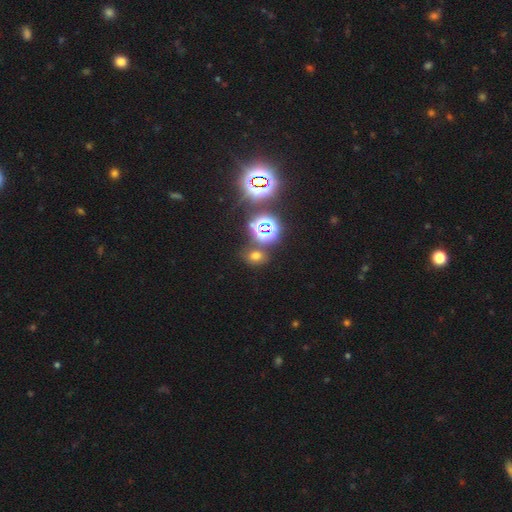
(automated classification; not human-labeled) Q: Smooth or featured?
A: smooth (49%); runner-up: star or artifact (42%)
Q: Merging?
A: none (74%); runner-up: minor disturbance (11%)